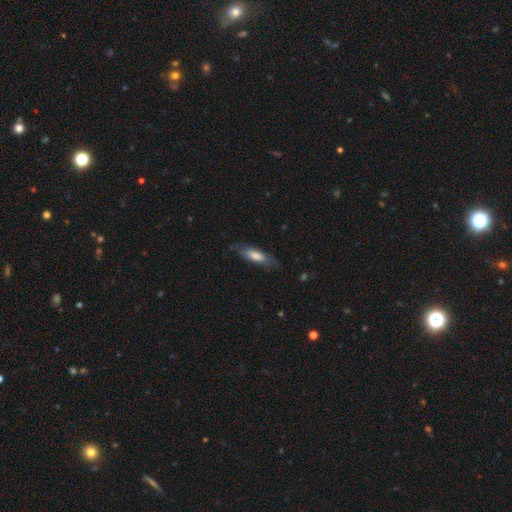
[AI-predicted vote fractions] Morphology: type=smooth (69%); roundness=cigar-shaped (52%); merging=none (75%).